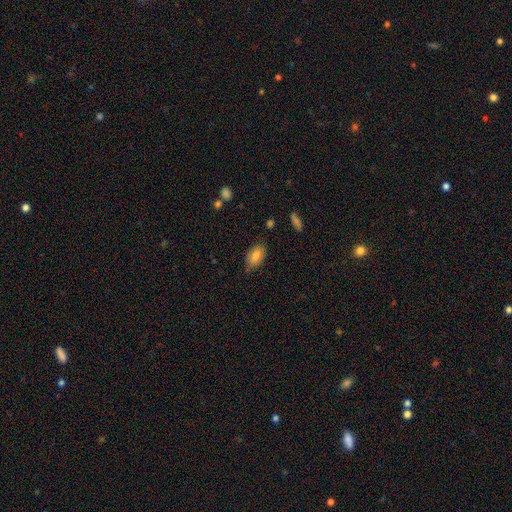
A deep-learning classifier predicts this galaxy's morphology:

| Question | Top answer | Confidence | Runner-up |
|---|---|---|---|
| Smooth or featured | smooth | 78% | featured or disk (14%) |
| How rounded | in between | 91% | round (6%) |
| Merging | none | 70% | minor disturbance (24%) |